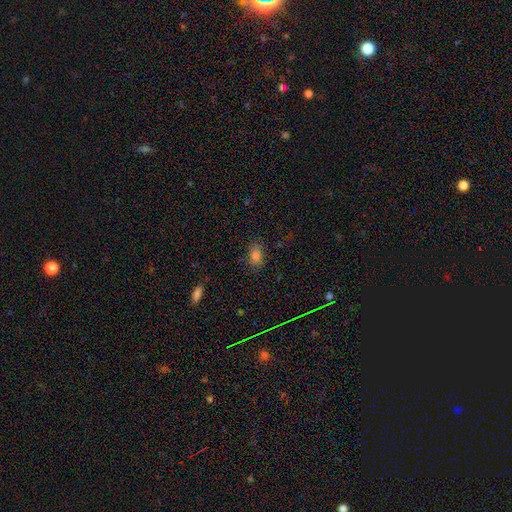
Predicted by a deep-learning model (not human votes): The model was most divided on "merging": none: 79%, minor disturbance: 15%, major disturbance: 4%, merger: 2%. More confident: how rounded — in between (84%); smooth or featured — smooth (80%).